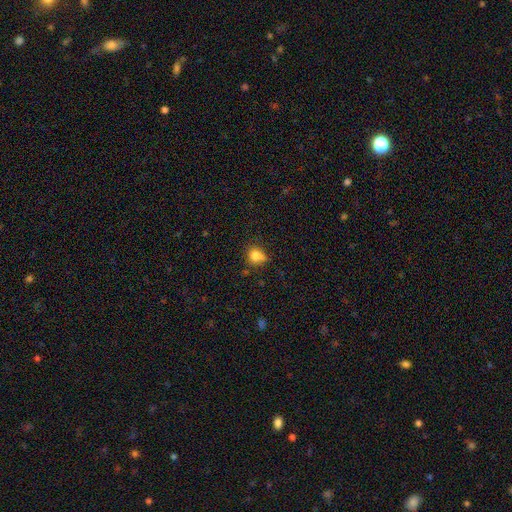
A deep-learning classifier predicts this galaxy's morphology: smooth-or-featured: smooth: 79% | star or artifact: 12% | featured or disk: 9%
  how-rounded: round: 65% | in between: 33% | cigar-shaped: 2%
  merging: none: 47% | minor disturbance: 31% | major disturbance: 11% | merger: 10%